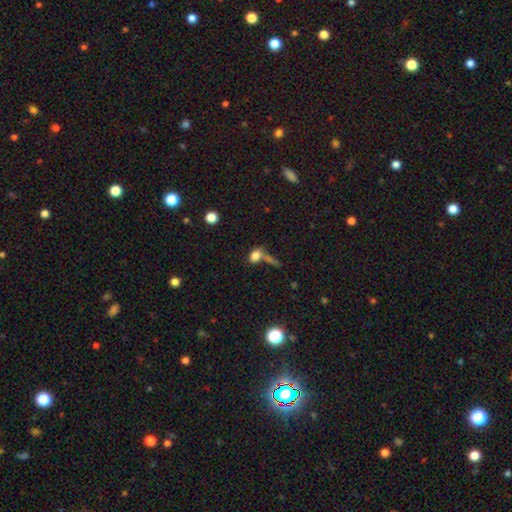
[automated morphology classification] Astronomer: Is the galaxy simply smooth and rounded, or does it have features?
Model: smooth — 76%.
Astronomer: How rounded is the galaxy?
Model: in between — 78%.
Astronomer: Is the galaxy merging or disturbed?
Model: none — 39% (runner-up: merger, 36%).